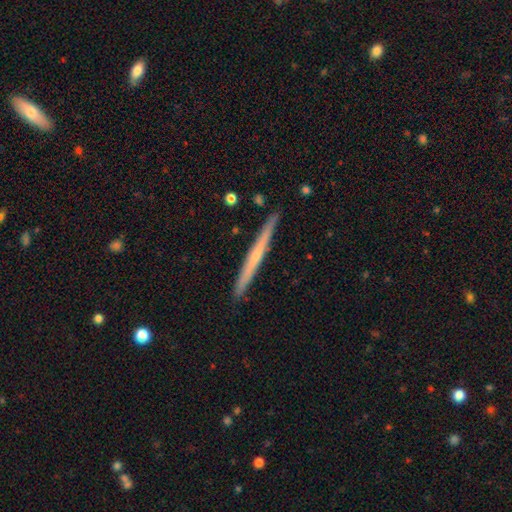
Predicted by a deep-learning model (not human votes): Q: Smooth or featured?
A: featured or disk (54%); runner-up: smooth (40%)
Q: Edge-on disk?
A: yes (97%); runner-up: no (3%)
Q: Edge-on bulge?
A: none (69%); runner-up: rounded (27%)
Q: Merging?
A: none (92%); runner-up: minor disturbance (6%)